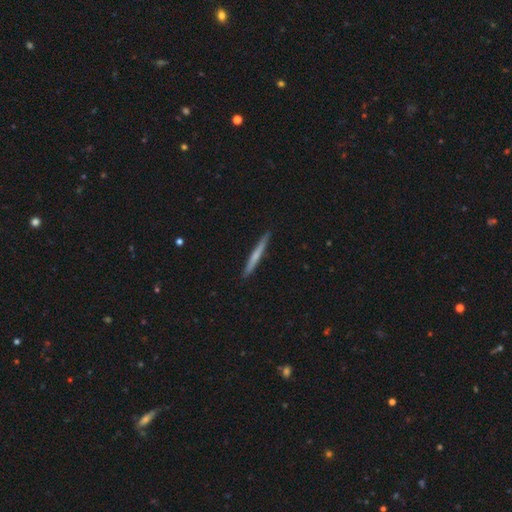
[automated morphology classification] Smooth or featured? smooth (56%)
How rounded? cigar-shaped (97%)
Merging? none (91%)